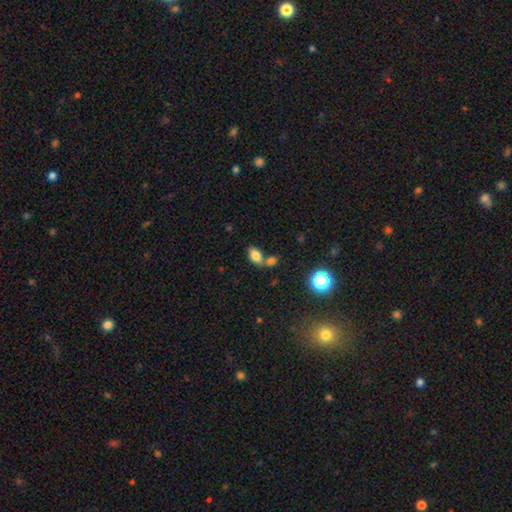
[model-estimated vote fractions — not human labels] A smooth galaxy with no disk features (79%) that is in between round and cigar-shaped (88%).

Vote fractions:
- Smooth or featured? smooth: 79% / star or artifact: 10% / featured or disk: 10%
- How rounded? in between: 88% / round: 10% / cigar-shaped: 2%
- Merging? merger: 46% / none: 38% / minor disturbance: 11% / major disturbance: 5%